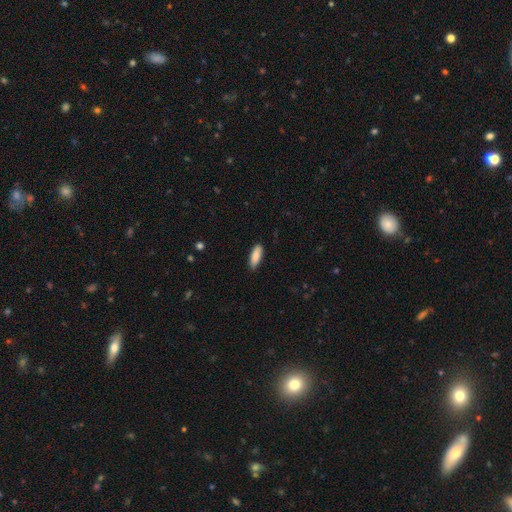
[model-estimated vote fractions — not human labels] The model was most divided on "how rounded": in between: 60%, cigar-shaped: 38%, round: 2%. More confident: smooth or featured — smooth (87%); merging — none (86%).